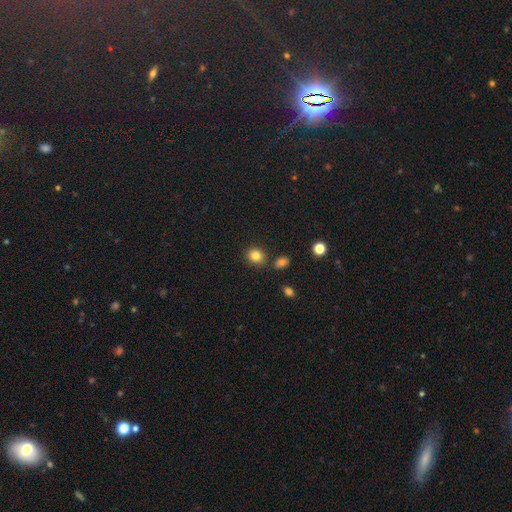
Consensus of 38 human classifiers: Smooth or featured?
  - smooth: 79% *
  - featured or disk: 13%
  - star or artifact: 8%
How rounded?
  - round: 77% *
  - in between: 23%
  - cigar-shaped: 0%
Merging?
  - none: 89% *
  - minor disturbance: 9%
  - major disturbance: 3%
  - merger: 0%